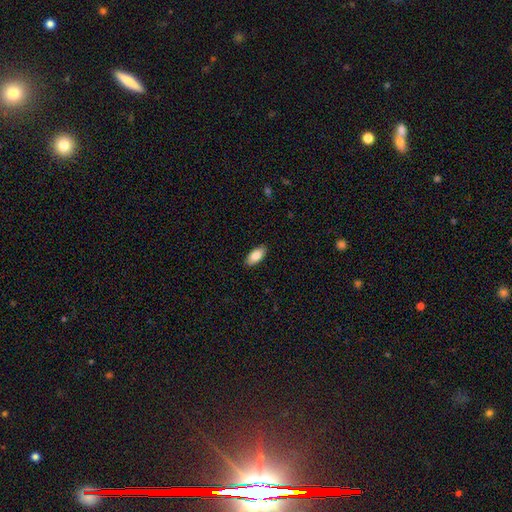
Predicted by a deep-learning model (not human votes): Smooth or featured? Predicted: smooth (p=0.86). How rounded? Predicted: in between (p=0.92). Merging? Predicted: none (p=0.89).